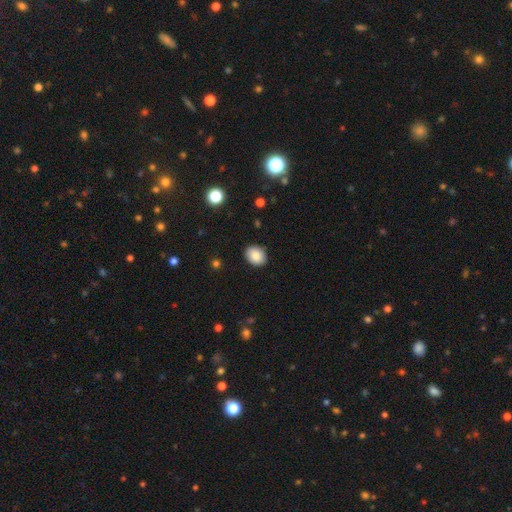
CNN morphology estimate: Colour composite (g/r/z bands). It shows a smooth galaxy with no disk features (86%) that is in between round and cigar-shaped (52%). Merging: none (90%).